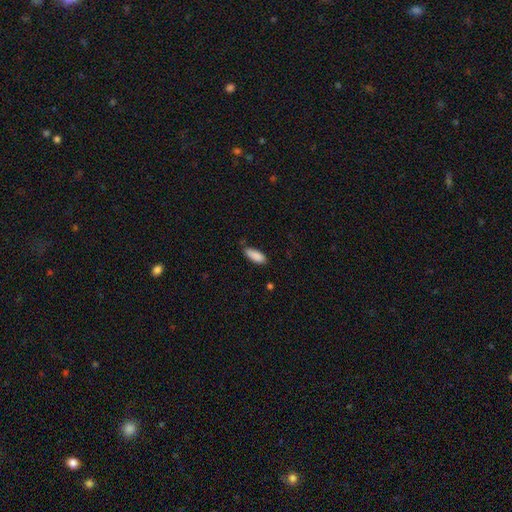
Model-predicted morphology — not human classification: Q: Smooth or featured?
A: smooth (89%); runner-up: star or artifact (7%)
Q: How rounded?
A: in between (80%); runner-up: cigar-shaped (18%)
Q: Merging?
A: none (68%); runner-up: minor disturbance (25%)